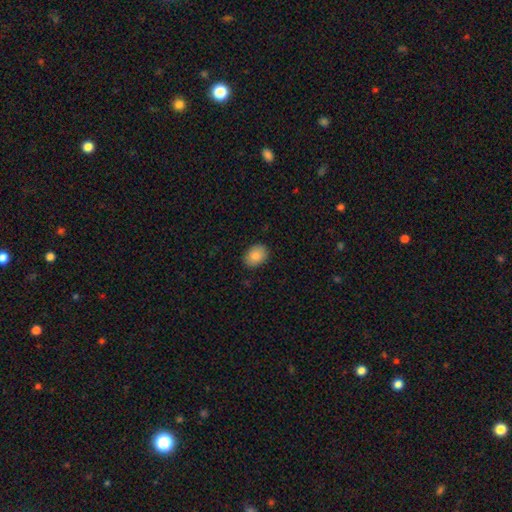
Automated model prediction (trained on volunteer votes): smooth-or-featured: smooth: 84% | star or artifact: 8% | featured or disk: 8%
  how-rounded: in between: 74% | round: 25% | cigar-shaped: 1%
  merging: none: 87% | minor disturbance: 10% | major disturbance: 2% | merger: 1%